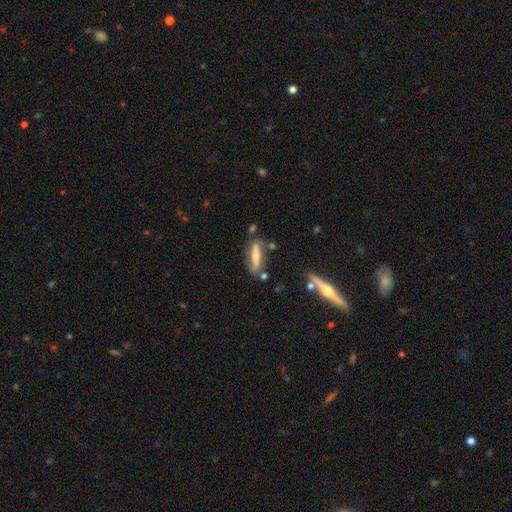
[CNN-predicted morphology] featured or disk 65%, smooth 27%, star or artifact 8%. Down the decision tree: edge-on disk — yes (56%); merging — none (67%).